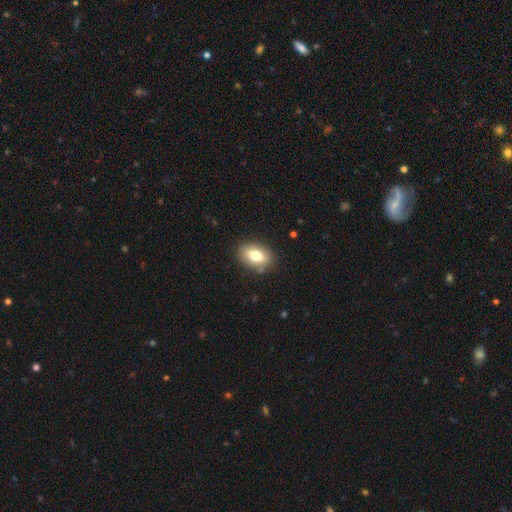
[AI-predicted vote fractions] Smooth or featured? Predicted: smooth (p=0.76). How rounded? Predicted: in between (p=0.86). Merging? Predicted: none (p=0.85).